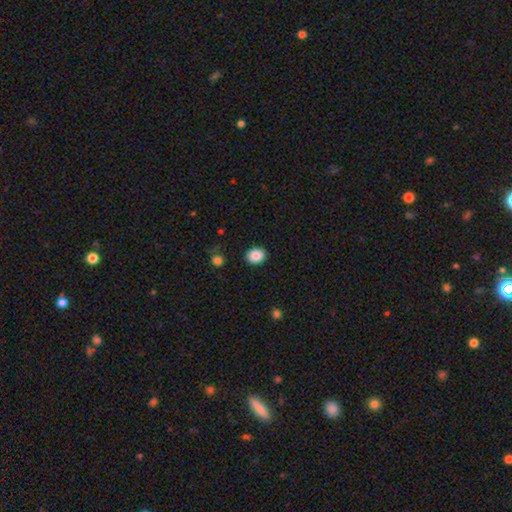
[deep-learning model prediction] This is clearly a smooth galaxy (88%). How rounded: possibly round (54%). Merging: clearly none (89%).